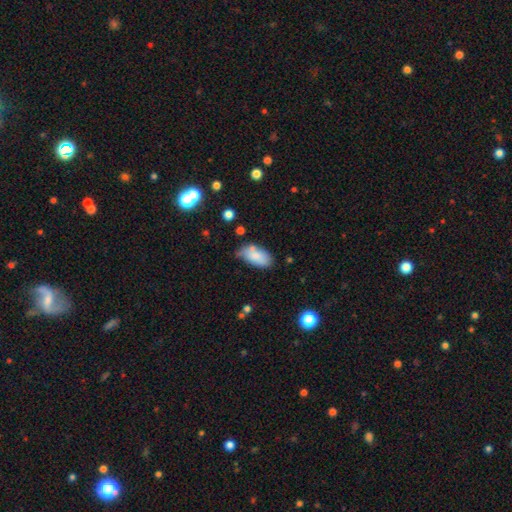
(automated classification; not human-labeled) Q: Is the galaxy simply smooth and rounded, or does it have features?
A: smooth — 81%.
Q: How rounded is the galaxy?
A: in between — 93%.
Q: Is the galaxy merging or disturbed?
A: none — 53%.